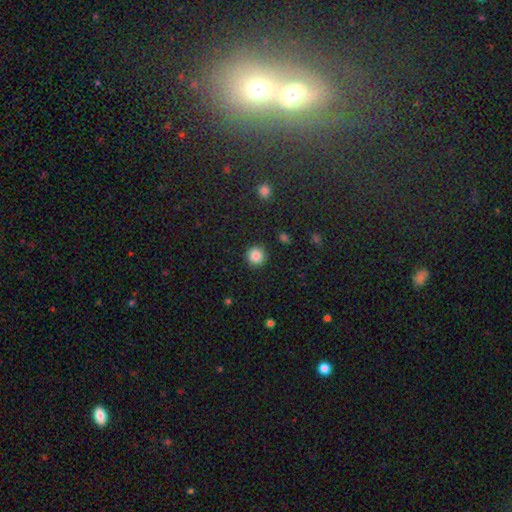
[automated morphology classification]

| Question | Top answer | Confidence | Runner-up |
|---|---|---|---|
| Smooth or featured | smooth | 85% | star or artifact (10%) |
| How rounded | round | 95% | in between (4%) |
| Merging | none | 91% | minor disturbance (6%) |